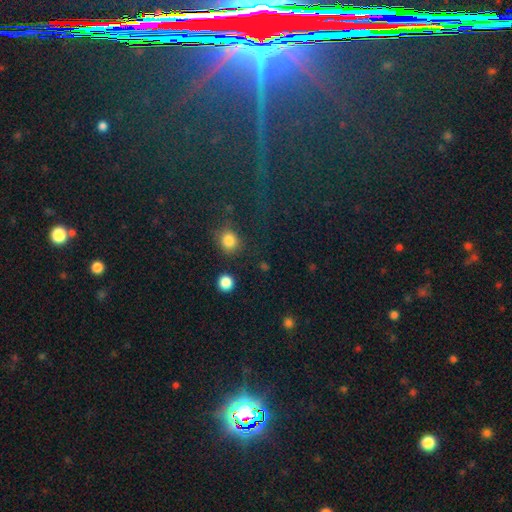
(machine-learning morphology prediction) type=star or artifact (71%).